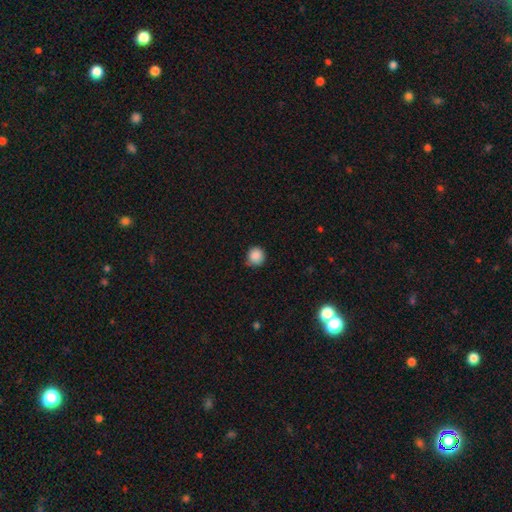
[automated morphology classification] The model was most divided on "merging": none: 77%, minor disturbance: 19%, major disturbance: 3%, merger: 1%. More confident: how rounded — round (92%); smooth or featured — smooth (87%).